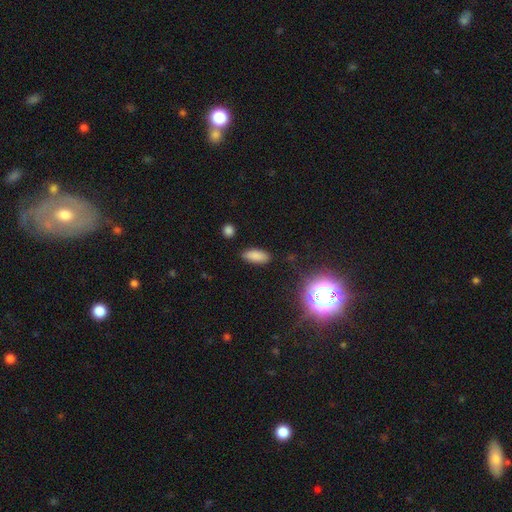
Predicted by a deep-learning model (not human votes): Smooth or featured? smooth (83%)
How rounded? in between (85%)
Merging? none (86%)